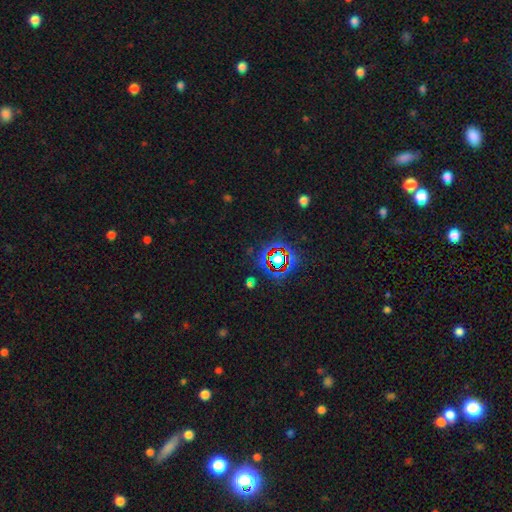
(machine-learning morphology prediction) smooth-or-featured: star or artifact: 63% | smooth: 23% | featured or disk: 14%